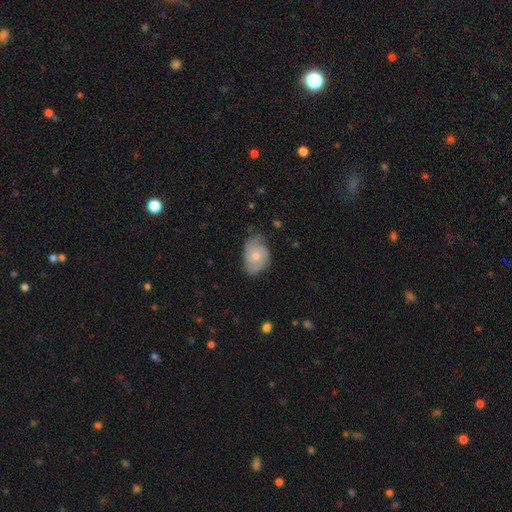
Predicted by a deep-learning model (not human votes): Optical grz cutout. It shows a featured or disk galaxy (59%) with no bar (80%), spiral arms (84%) and a small central bulge (50%). Merging: none (54%).